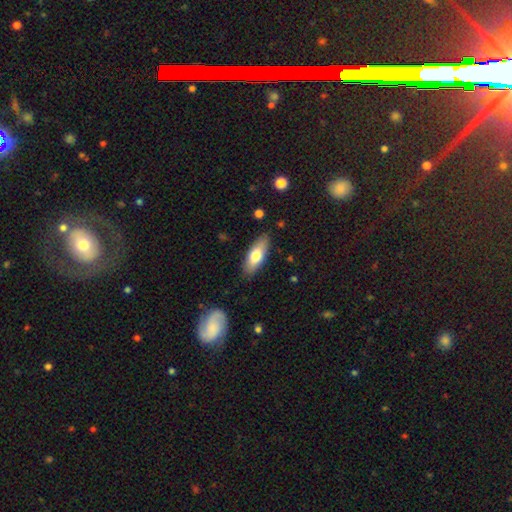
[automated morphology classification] Smooth or featured: smooth — 71% (featured or disk — 23%)
How rounded: in between — 71% (cigar-shaped — 27%)
Merging: none — 85% (minor disturbance — 11%)